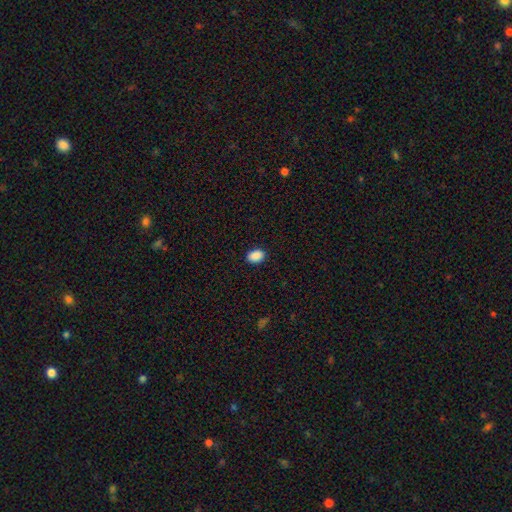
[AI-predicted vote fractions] A smooth galaxy with no disk features (90%) that is in between round and cigar-shaped (83%).

Vote fractions:
- Smooth or featured? smooth: 90% / star or artifact: 8% / featured or disk: 2%
- How rounded? in between: 83% / round: 16% / cigar-shaped: 1%
- Merging? none: 89% / minor disturbance: 8% / major disturbance: 2% / merger: 1%